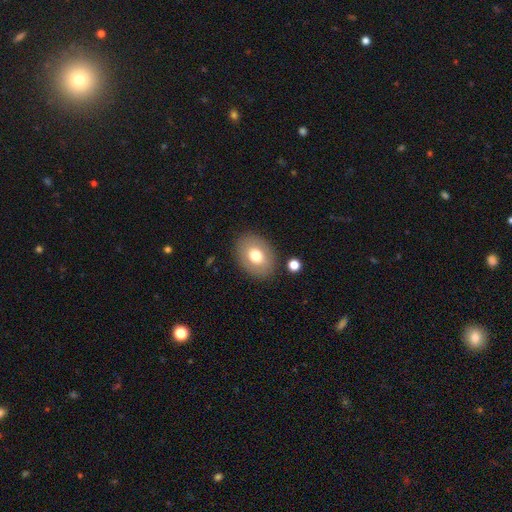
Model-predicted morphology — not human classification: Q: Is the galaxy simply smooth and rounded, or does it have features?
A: smooth — 72%.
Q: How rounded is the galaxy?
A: in between — 67%.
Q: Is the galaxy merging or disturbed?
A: none — 86%.